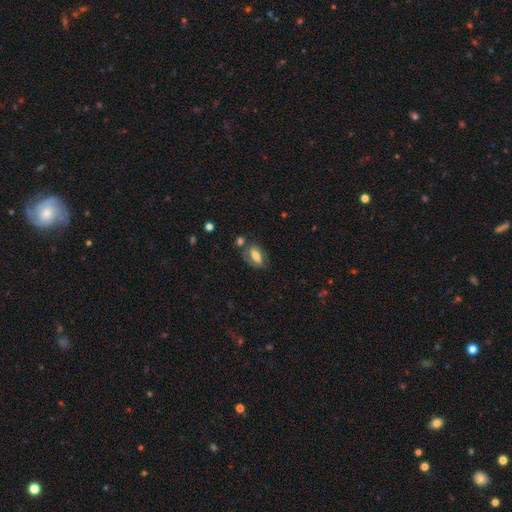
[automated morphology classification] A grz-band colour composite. It shows a smooth galaxy with no disk features (63%) that is in between round and cigar-shaped (85%). Merging: none (63%).